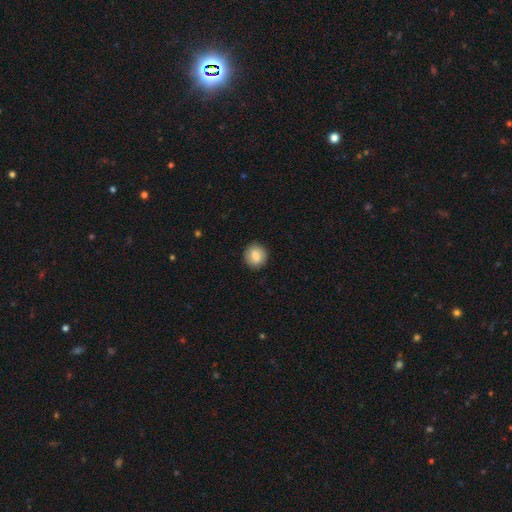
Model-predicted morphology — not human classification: The model was most divided on "how rounded": round: 83%, in between: 16%, cigar-shaped: 1%. More confident: merging — none (88%); smooth or featured — smooth (82%).